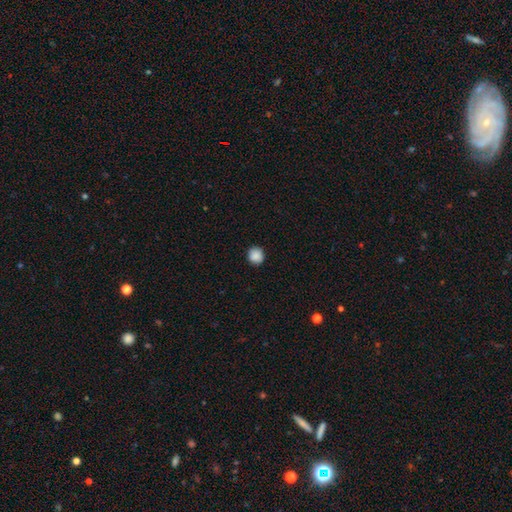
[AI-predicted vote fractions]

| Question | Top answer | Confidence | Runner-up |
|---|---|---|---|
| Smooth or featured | smooth | 88% | star or artifact (9%) |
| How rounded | round | 90% | in between (9%) |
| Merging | none | 89% | minor disturbance (8%) |